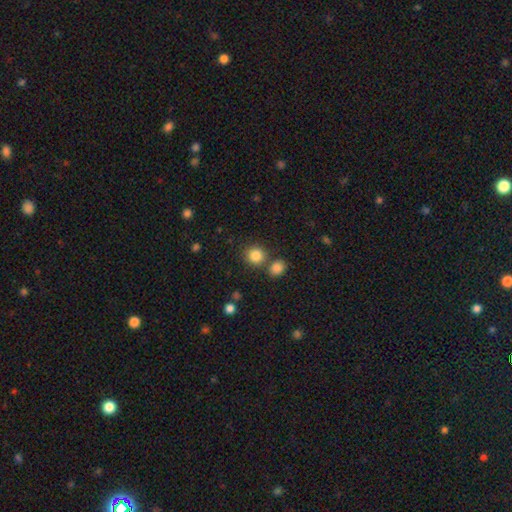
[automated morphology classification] Smooth or featured? smooth (84%)
How rounded? round (88%)
Merging? none (74%)